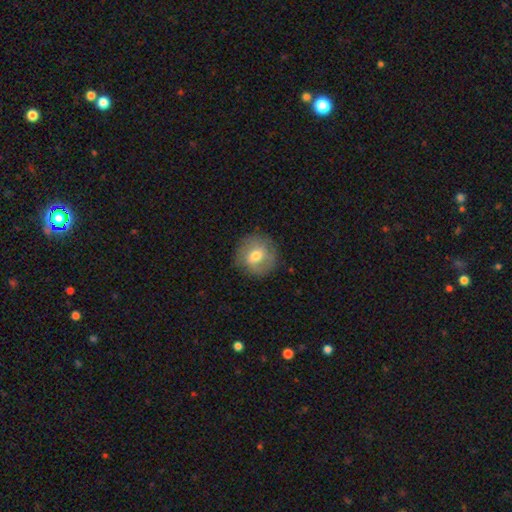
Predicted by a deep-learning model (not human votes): smooth 51%, featured or disk 42%, star or artifact 8%. Down the decision tree: how rounded — round (90%); merging — none (83%).